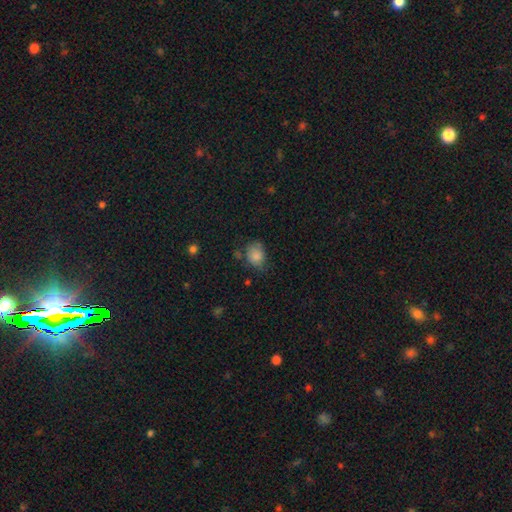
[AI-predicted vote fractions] A smooth galaxy with no disk features (83%) that is in between round and cigar-shaped (50%). Merging: none (55%).